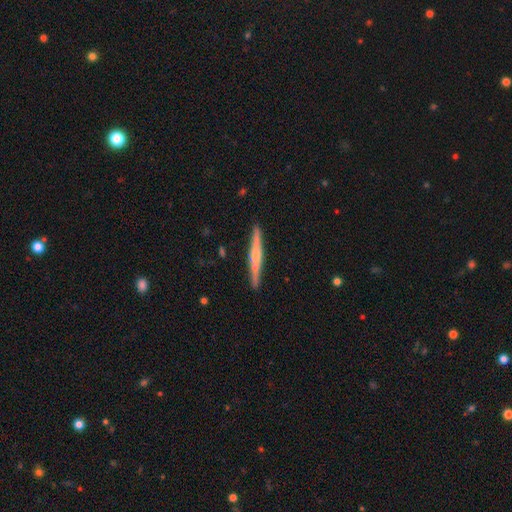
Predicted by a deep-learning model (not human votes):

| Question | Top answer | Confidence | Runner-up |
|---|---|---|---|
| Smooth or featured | featured or disk | 62% | smooth (32%) |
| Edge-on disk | yes | 97% | no (3%) |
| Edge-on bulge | rounded | 54% | none (31%) |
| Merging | none | 89% | minor disturbance (8%) |